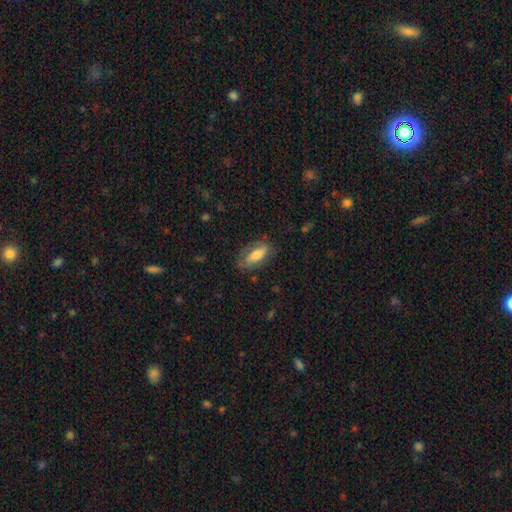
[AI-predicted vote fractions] Smooth or featured? Predicted: smooth (p=0.62). How rounded? Predicted: in between (p=0.76). Merging? Predicted: none (p=0.70).